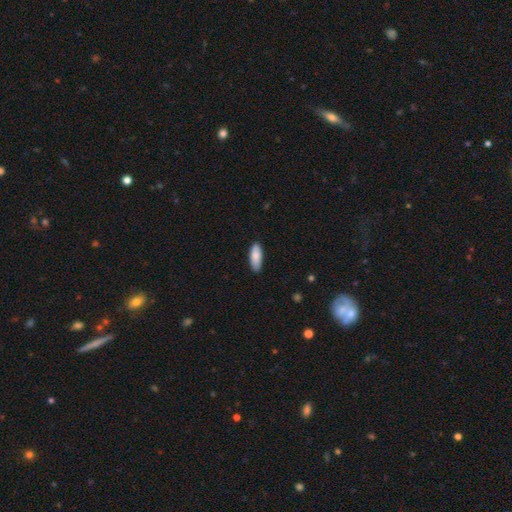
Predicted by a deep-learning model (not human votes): Smooth or featured?
  - smooth: 86% *
  - featured or disk: 9%
  - star or artifact: 6%
How rounded?
  - in between: 75% *
  - cigar-shaped: 24%
  - round: 2%
Merging?
  - none: 84% *
  - minor disturbance: 13%
  - major disturbance: 2%
  - merger: 1%